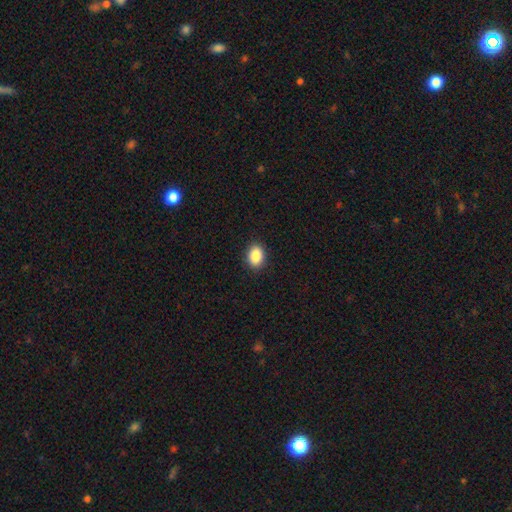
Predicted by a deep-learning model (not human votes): Smooth or featured?
  - smooth: 88% *
  - star or artifact: 8%
  - featured or disk: 4%
How rounded?
  - in between: 72% *
  - round: 27%
  - cigar-shaped: 1%
Merging?
  - none: 91% *
  - minor disturbance: 7%
  - major disturbance: 2%
  - merger: 1%